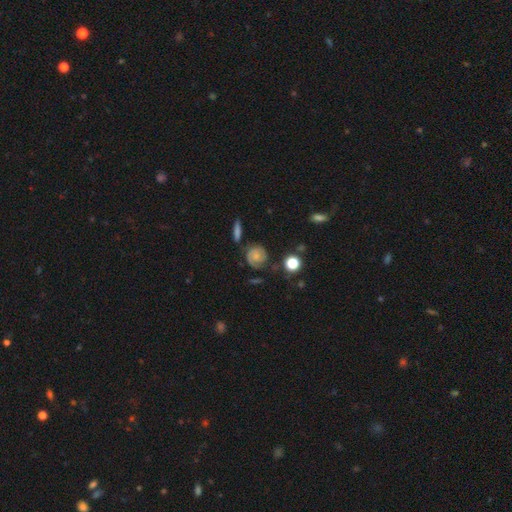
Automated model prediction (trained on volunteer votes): smooth_or_featured: featured or disk (p=0.67) [alt: smooth p=0.24]
disk_edge_on: no (p=0.96) [alt: yes p=0.04]
bar: no (p=0.72) [alt: weak p=0.23]
has_spiral_arms: yes (p=0.92) [alt: no p=0.08]
spiral_winding: tight (p=0.60) [alt: medium p=0.30]
spiral_arm_count: 2 (p=0.57) [alt: 1 p=0.22]
bulge_size: small (p=0.48) [alt: moderate p=0.31]
merging: none (p=0.65) [alt: minor disturbance p=0.19]